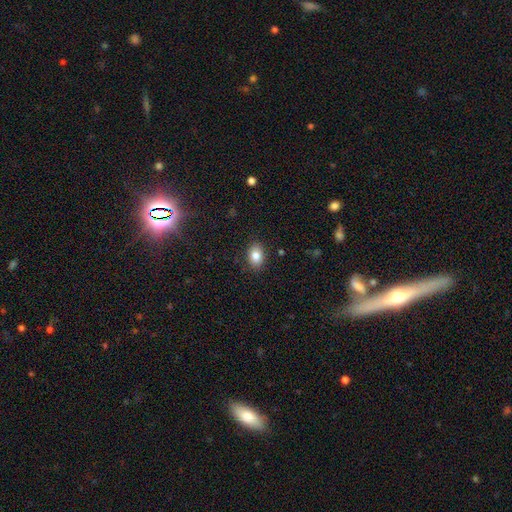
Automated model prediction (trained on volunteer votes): smooth 84%, star or artifact 9%, featured or disk 7%. Down the decision tree: how rounded — in between (80%); merging — none (87%).